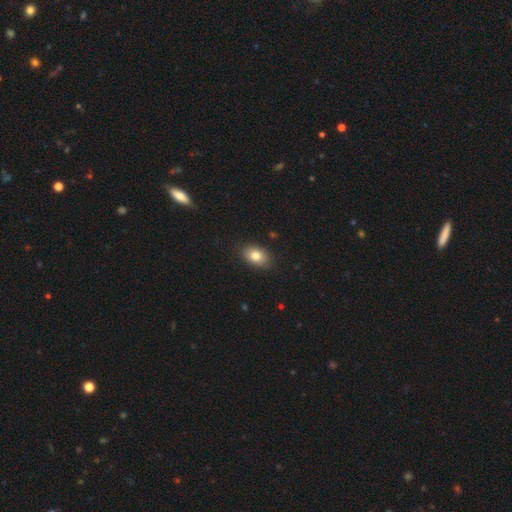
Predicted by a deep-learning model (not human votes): Q: Smooth or featured?
A: smooth (82%); runner-up: featured or disk (9%)
Q: How rounded?
A: in between (84%); runner-up: round (15%)
Q: Merging?
A: none (87%); runner-up: minor disturbance (10%)